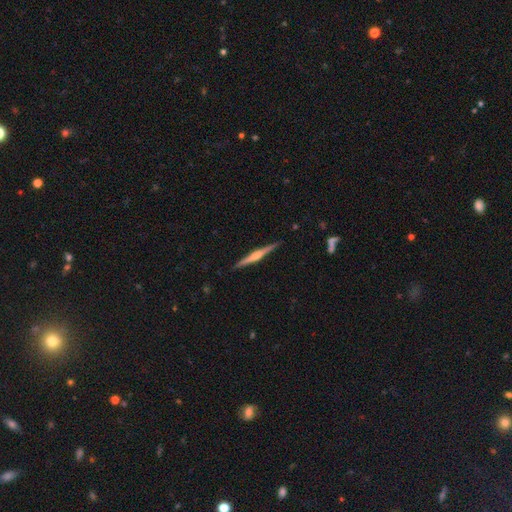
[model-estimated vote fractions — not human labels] The model was most divided on "smooth or featured": featured or disk: 71%, smooth: 24%, star or artifact: 5%. More confident: edge-on disk — yes (98%); merging — none (91%); edge-on bulge — rounded (73%).